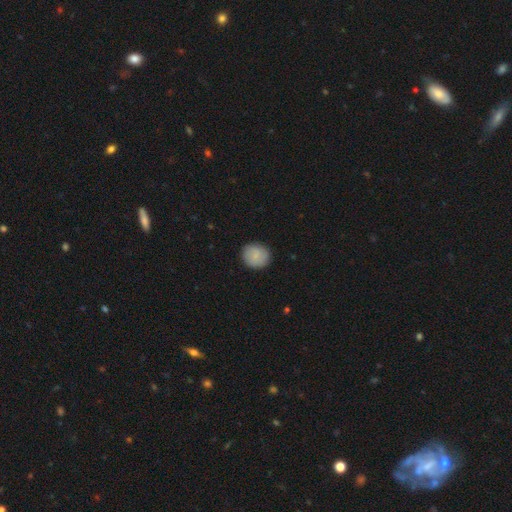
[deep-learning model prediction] Smooth or featured?
  - smooth: 83% *
  - featured or disk: 10%
  - star or artifact: 7%
How rounded?
  - round: 81% *
  - in between: 18%
  - cigar-shaped: 1%
Merging?
  - none: 88% *
  - minor disturbance: 9%
  - major disturbance: 2%
  - merger: 1%